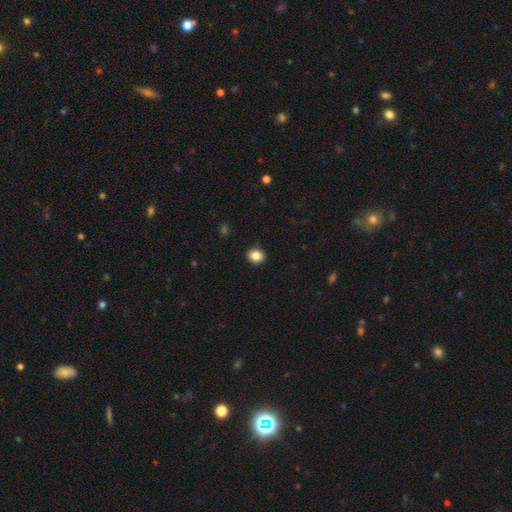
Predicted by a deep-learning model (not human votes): smooth-or-featured: smooth: 85% | star or artifact: 10% | featured or disk: 5%
  how-rounded: round: 69% | in between: 30% | cigar-shaped: 1%
  merging: none: 91% | minor disturbance: 6% | major disturbance: 2% | merger: 1%